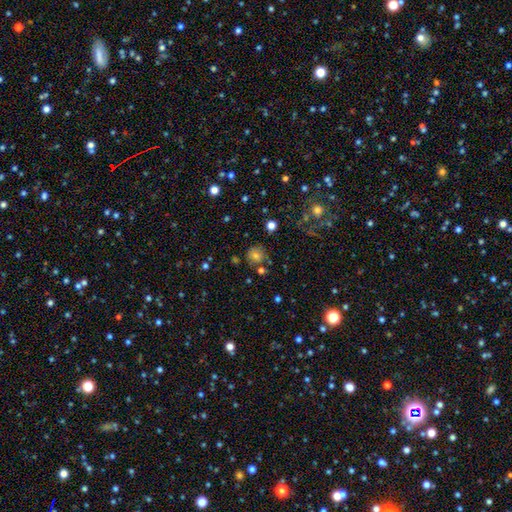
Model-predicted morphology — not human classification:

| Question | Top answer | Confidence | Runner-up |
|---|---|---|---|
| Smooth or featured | smooth | 65% | featured or disk (19%) |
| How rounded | round | 86% | in between (13%) |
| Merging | none | 71% | minor disturbance (17%) |